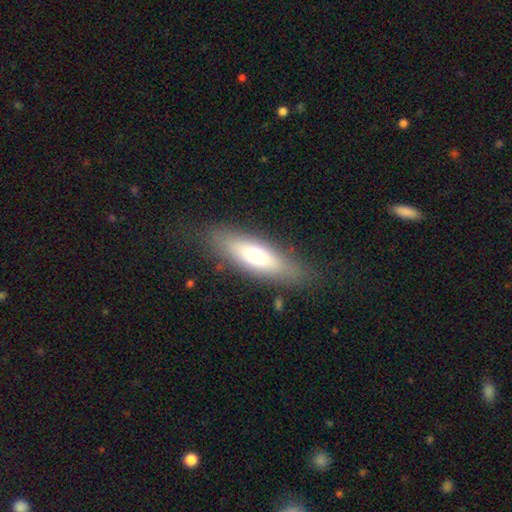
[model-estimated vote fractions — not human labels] Q: Smooth or featured?
A: smooth (64%); runner-up: featured or disk (29%)
Q: How rounded?
A: cigar-shaped (50%); runner-up: in between (48%)
Q: Merging?
A: none (81%); runner-up: minor disturbance (13%)